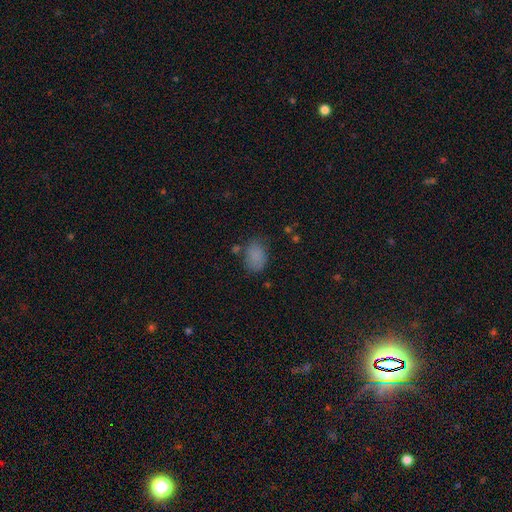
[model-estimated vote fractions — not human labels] Morphology: type=smooth (82%); roundness=in between (76%); merging=none (66%).